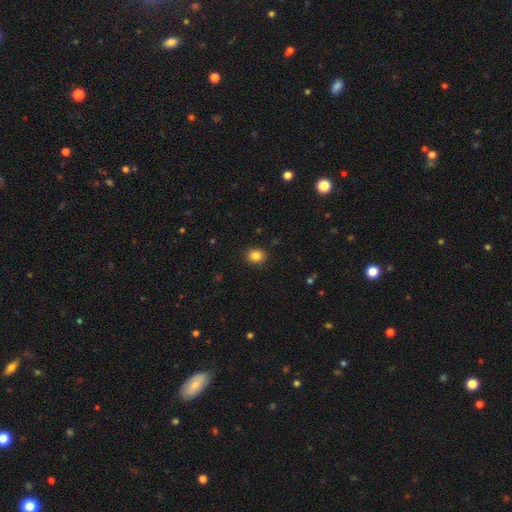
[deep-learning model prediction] Smooth or featured?
  - smooth: 84% *
  - star or artifact: 10%
  - featured or disk: 5%
How rounded?
  - round: 62% *
  - in between: 37%
  - cigar-shaped: 1%
Merging?
  - none: 89% *
  - minor disturbance: 7%
  - major disturbance: 2%
  - merger: 1%